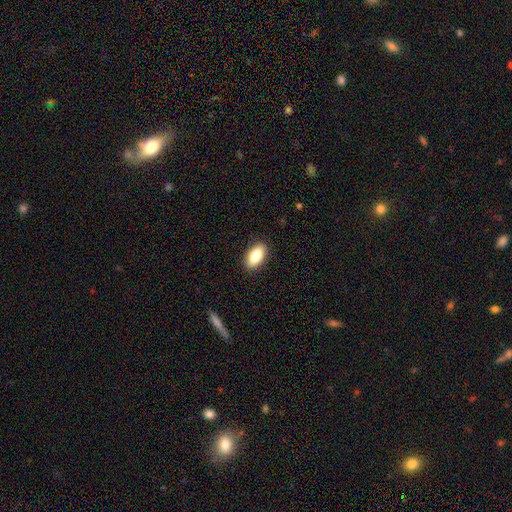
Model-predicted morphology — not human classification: type=smooth (82%); roundness=in between (91%); merging=none (89%).